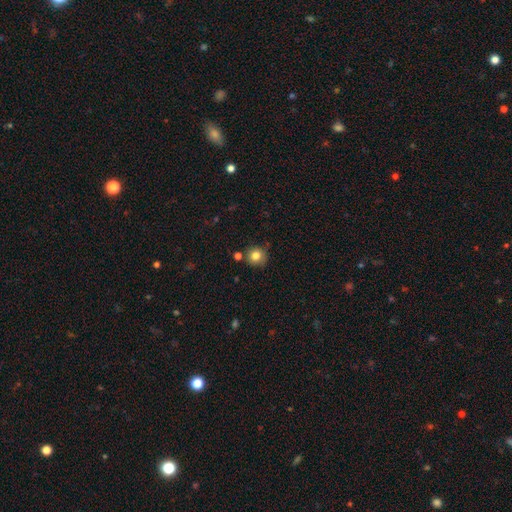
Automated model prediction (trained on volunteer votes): This is clearly a smooth galaxy (81%). How rounded: clearly round (92%). Merging: likely none (79%).